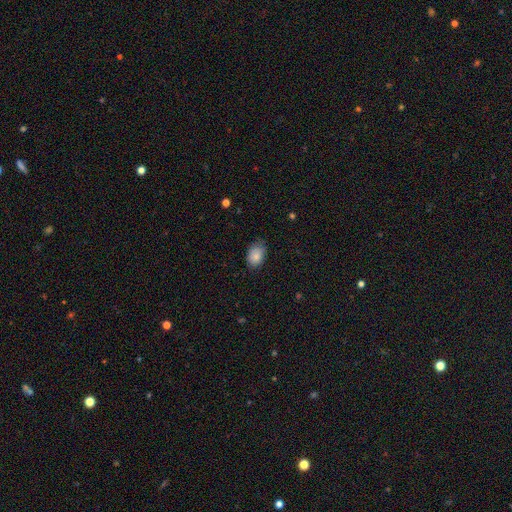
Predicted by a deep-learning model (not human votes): Q: Smooth or featured?
A: smooth (86%); runner-up: star or artifact (8%)
Q: How rounded?
A: in between (81%); runner-up: round (18%)
Q: Merging?
A: none (70%); runner-up: minor disturbance (25%)